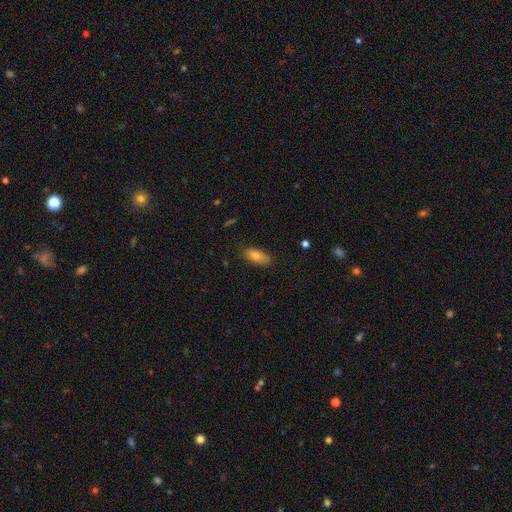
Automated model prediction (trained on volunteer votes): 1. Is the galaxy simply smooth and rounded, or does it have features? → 77% smooth, 14% featured or disk, 9% star or artifact.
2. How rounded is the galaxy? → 82% in between, 14% cigar-shaped, 3% round.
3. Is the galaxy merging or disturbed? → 83% none, 13% minor disturbance, 2% major disturbance, 1% merger.